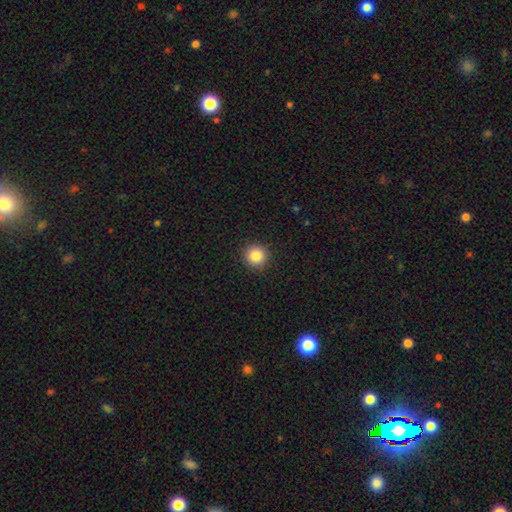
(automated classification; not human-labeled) Overall: smooth (84%). How rounded: round (95%). Merging: none (92%).